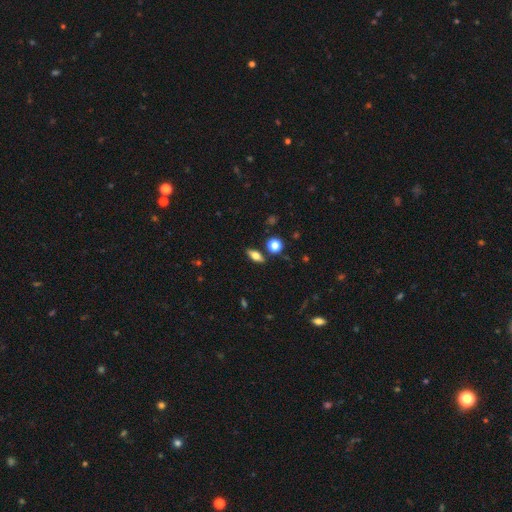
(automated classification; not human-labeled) The model was most divided on "smooth or featured": smooth: 63%, featured or disk: 27%, star or artifact: 10%. More confident: merging — none (84%); how rounded — in between (74%).